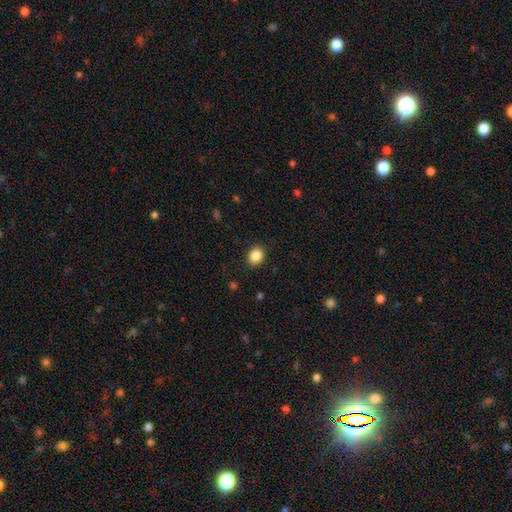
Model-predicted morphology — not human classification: Overall: smooth (86%). How rounded: round (60%; in between 39%). Merging: none (90%).